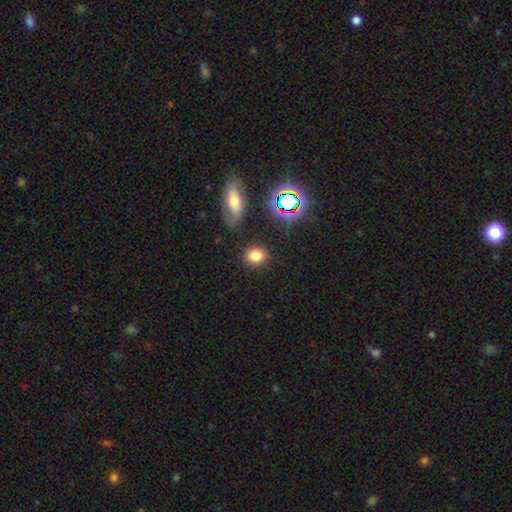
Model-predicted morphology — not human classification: Overall: smooth (77%). How rounded: round (59%; in between 39%). Merging: none (85%).